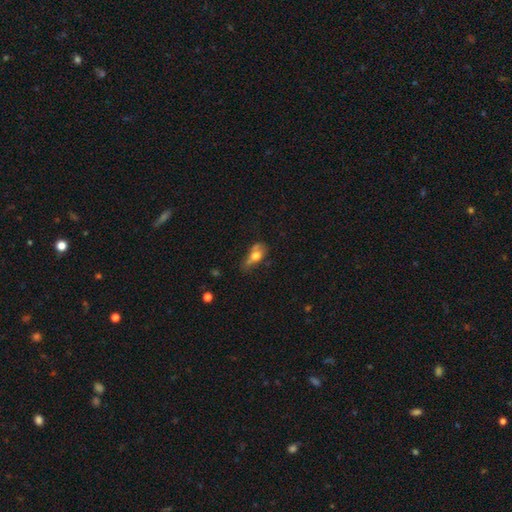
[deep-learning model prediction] Morphology: type=smooth (59%); roundness=in between (73%); merging=major disturbance (31%).